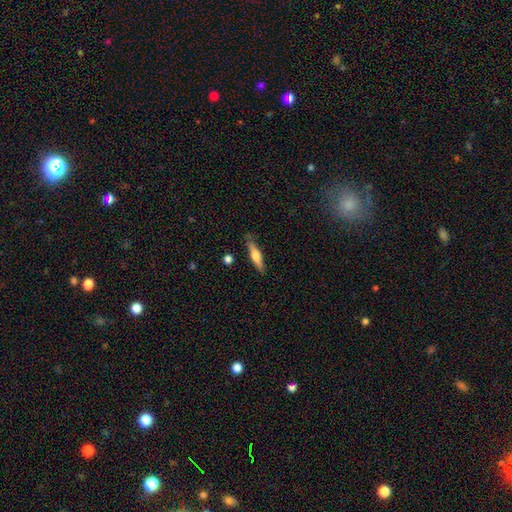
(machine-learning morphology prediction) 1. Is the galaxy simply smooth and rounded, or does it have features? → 51% smooth, 43% featured or disk, 6% star or artifact.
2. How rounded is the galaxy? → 81% cigar-shaped, 17% in between, 2% round.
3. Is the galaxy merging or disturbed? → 81% none, 14% minor disturbance, 3% major disturbance, 3% merger.